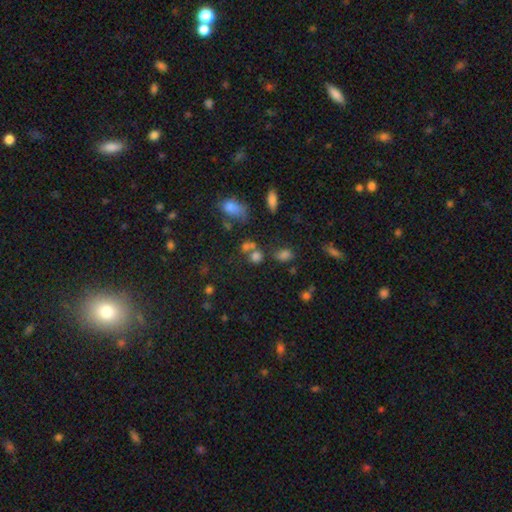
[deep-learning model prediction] smooth_or_featured: smooth (p=0.69) [alt: star or artifact p=0.21]
how_rounded: round (p=0.65) [alt: in between p=0.33]
merging: none (p=0.48) [alt: merger p=0.32]